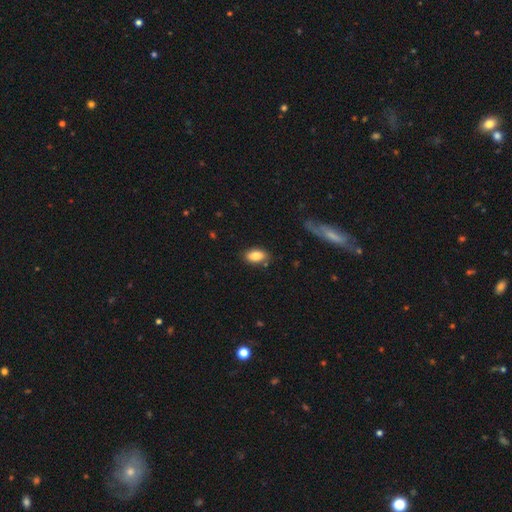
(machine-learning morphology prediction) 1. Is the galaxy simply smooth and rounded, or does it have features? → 84% smooth, 8% featured or disk, 7% star or artifact.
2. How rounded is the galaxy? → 92% in between, 5% round, 3% cigar-shaped.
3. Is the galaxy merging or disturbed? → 83% none, 12% minor disturbance, 3% major disturbance, 2% merger.